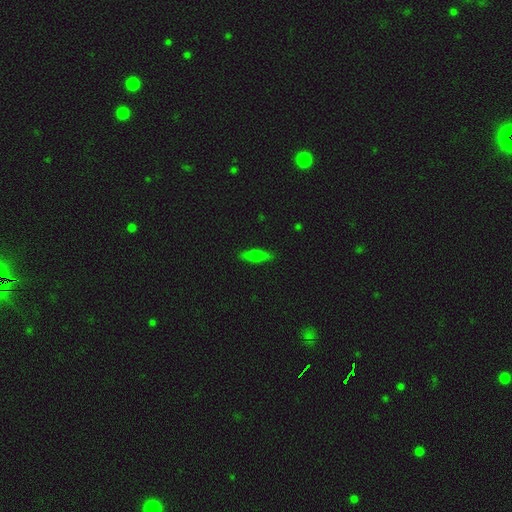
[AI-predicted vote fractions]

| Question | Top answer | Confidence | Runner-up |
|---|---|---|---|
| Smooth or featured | smooth | 50% | featured or disk (42%) |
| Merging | none | 88% | minor disturbance (9%) |